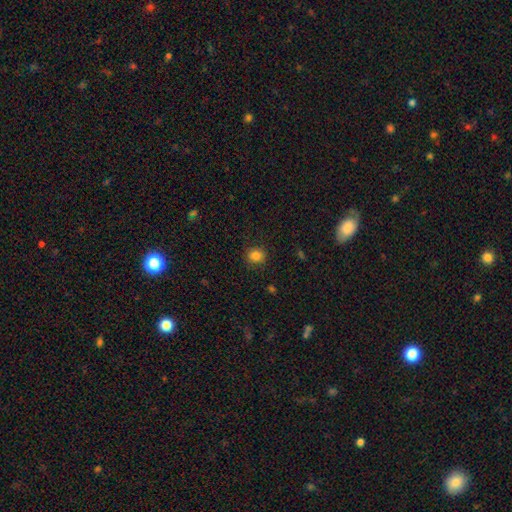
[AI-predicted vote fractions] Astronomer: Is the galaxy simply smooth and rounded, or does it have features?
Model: smooth — 84%.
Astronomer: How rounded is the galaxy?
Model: round — 85%.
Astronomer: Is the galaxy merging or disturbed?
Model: none — 89%.